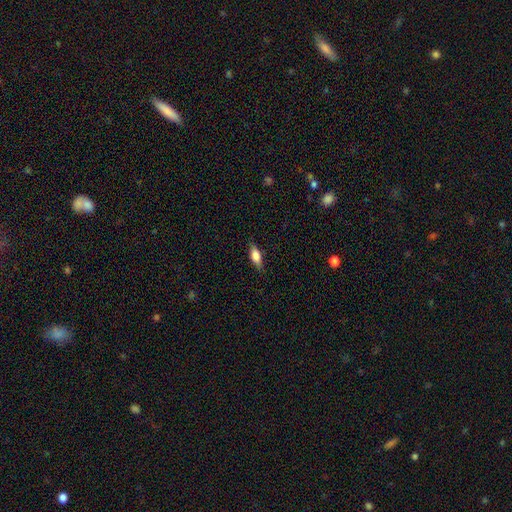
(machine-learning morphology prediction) Smooth or featured?
  - smooth: 72% *
  - featured or disk: 21%
  - star or artifact: 7%
How rounded?
  - in between: 71% *
  - cigar-shaped: 25%
  - round: 4%
Merging?
  - none: 83% *
  - minor disturbance: 13%
  - major disturbance: 3%
  - merger: 1%